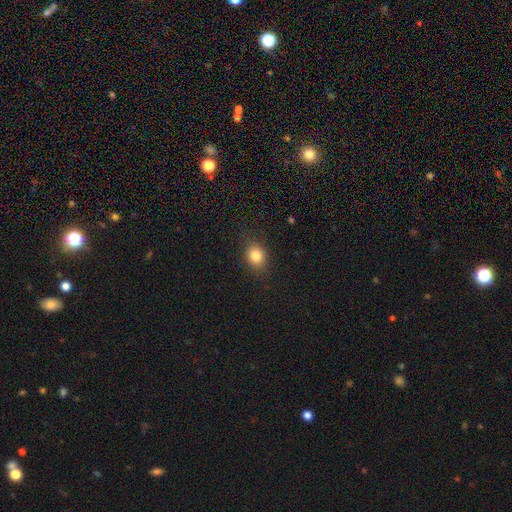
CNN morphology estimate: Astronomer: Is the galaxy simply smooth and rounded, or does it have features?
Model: smooth — 83%.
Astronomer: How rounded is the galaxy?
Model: round — 56% (runner-up: in between, 43%).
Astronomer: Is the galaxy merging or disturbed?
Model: none — 85%.